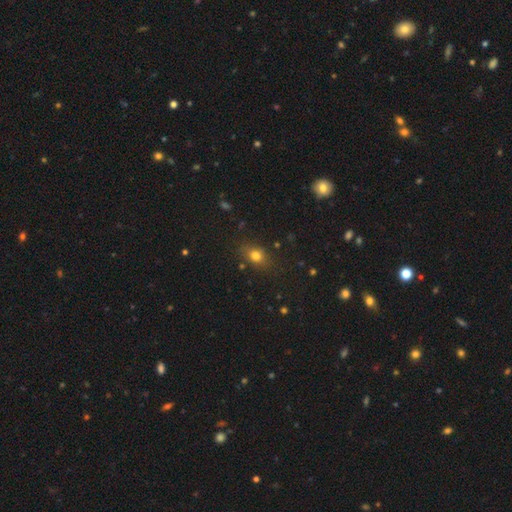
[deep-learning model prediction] Morphology: type=smooth (77%); roundness=in between (57%); merging=none (79%).